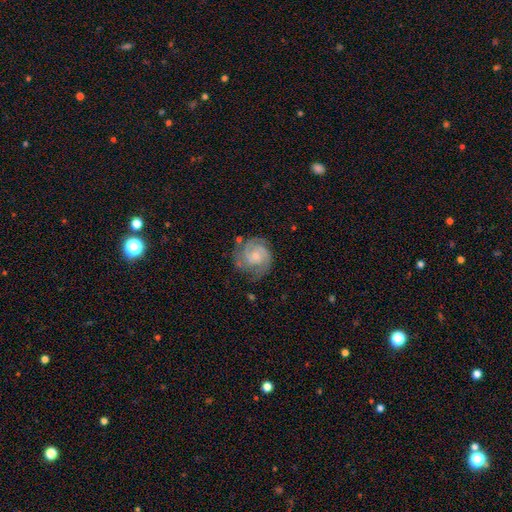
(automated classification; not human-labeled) smooth-or-featured: featured or disk: 83% | smooth: 11% | star or artifact: 6%
  disk-edge-on: no: 98% | yes: 2%
    bar: no: 70% | weak: 26% | strong: 4%
    has-spiral-arms: yes: 96% | no: 4%
      spiral-winding: tight: 57% | medium: 35% | loose: 8%
      spiral-arm-count: 2: 46% | 3: 26% | can't tell: 15% | 4: 5% | 1: 4% | more than 4: 4%
    bulge-size: small: 65% | moderate: 29% | none: 4% | large: 2% | dominant: 1%
  merging: none: 67% | minor disturbance: 21% | major disturbance: 9% | merger: 3%